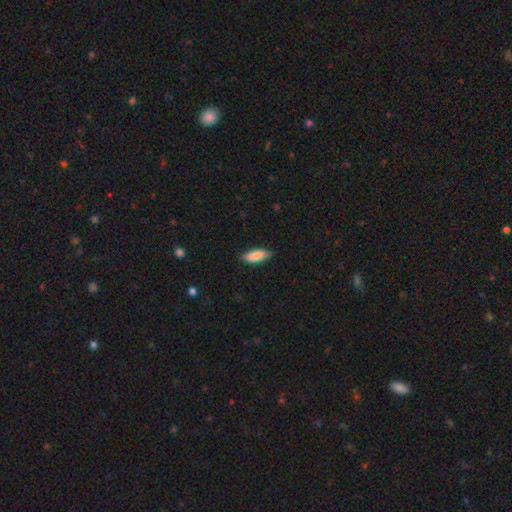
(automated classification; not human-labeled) A smooth galaxy with no disk features (83%) that is in between round and cigar-shaped (64%).

Vote fractions:
- Smooth or featured? smooth: 83% / featured or disk: 11% / star or artifact: 6%
- How rounded? in between: 64% / cigar-shaped: 34% / round: 2%
- Merging? none: 83% / minor disturbance: 14% / major disturbance: 2% / merger: 1%